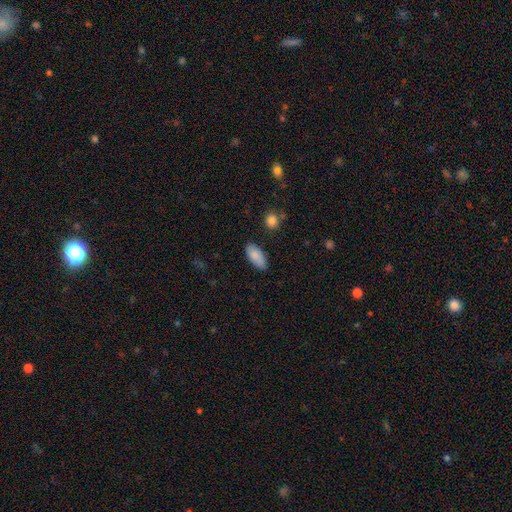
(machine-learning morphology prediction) This appears to be a smooth galaxy with no disk features (88%) that is in between round and cigar-shaped (89%). Merging: none (84%).